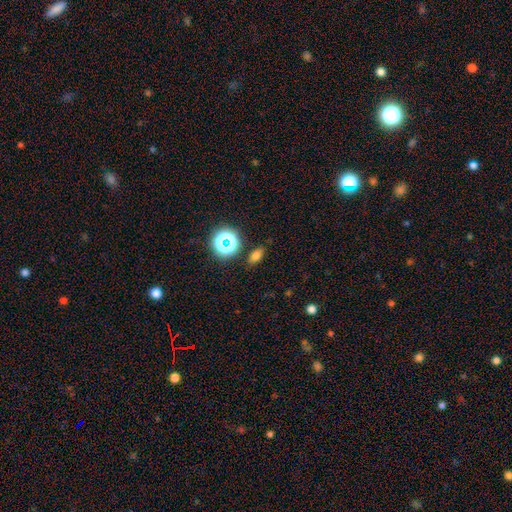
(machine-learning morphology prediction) type=smooth (70%); roundness=in between (75%); merging=none (84%).